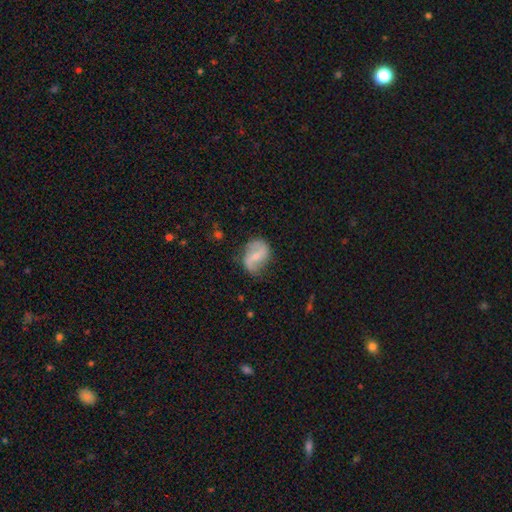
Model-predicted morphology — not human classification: Overall: featured or disk (69%). Edge-on disk: no (97%). Bar: weak (44%; no 29%). Spiral arms: yes (87%). Spiral arm count: 2 (87%). Spiral winding: loose (57%; medium 32%). Bulge size: small (52%; moderate 40%). Merging: none (68%).